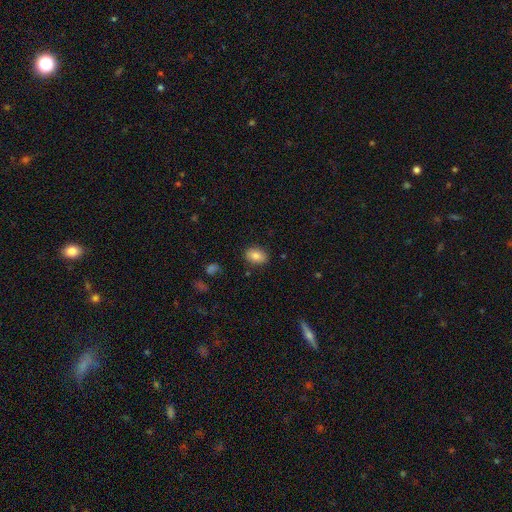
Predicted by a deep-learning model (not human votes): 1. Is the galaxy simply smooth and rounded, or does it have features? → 82% smooth, 10% featured or disk, 8% star or artifact.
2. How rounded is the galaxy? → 76% in between, 22% round, 1% cigar-shaped.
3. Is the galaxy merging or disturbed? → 86% none, 10% minor disturbance, 2% major disturbance, 1% merger.